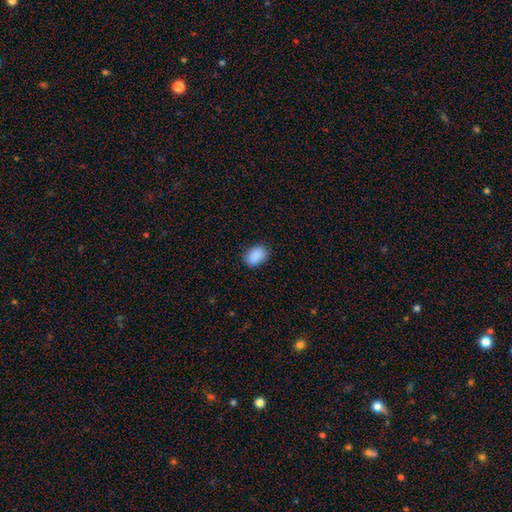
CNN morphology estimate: smooth_or_featured: smooth (p=0.90) [alt: star or artifact p=0.07]
how_rounded: in between (p=0.81) [alt: round p=0.18]
merging: none (p=0.85) [alt: minor disturbance p=0.12]